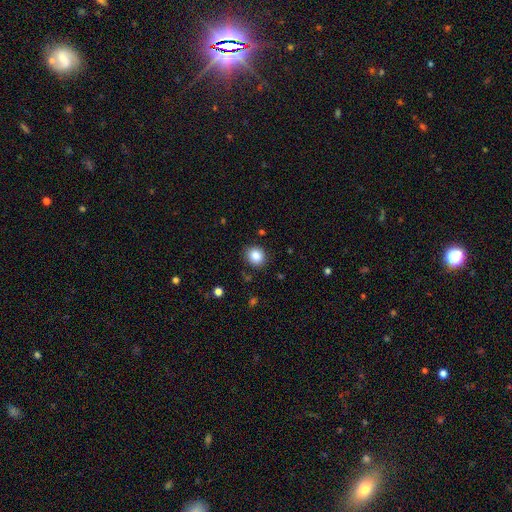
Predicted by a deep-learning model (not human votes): Smooth or featured? smooth (85%)
How rounded? round (80%)
Merging? none (87%)